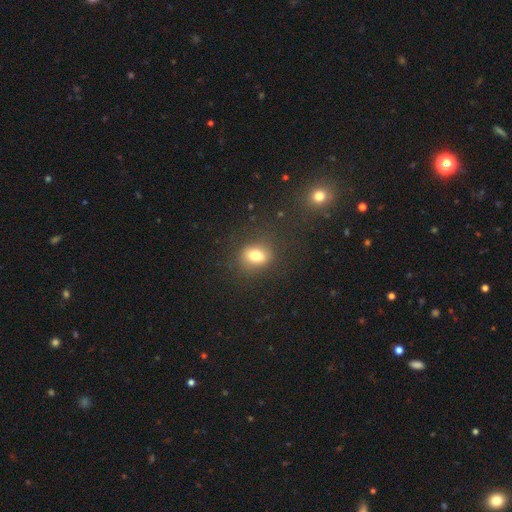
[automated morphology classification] This appears to be a smooth galaxy with no disk features (78%) that is in between round and cigar-shaped (55%). Merging: none (81%).